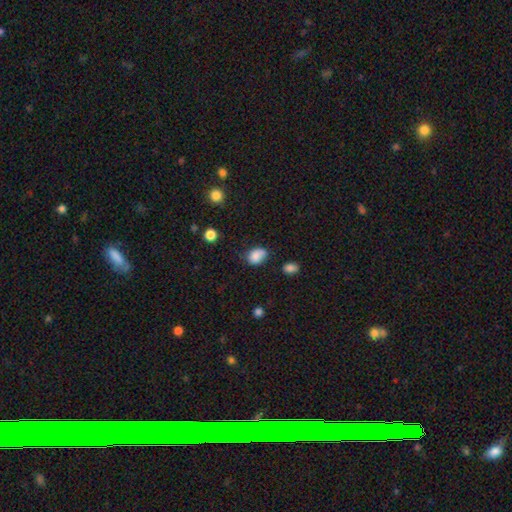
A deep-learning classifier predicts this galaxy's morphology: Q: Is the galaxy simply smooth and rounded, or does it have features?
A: smooth — 81%.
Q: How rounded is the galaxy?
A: in between — 66%.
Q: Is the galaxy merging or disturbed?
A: none — 55%.